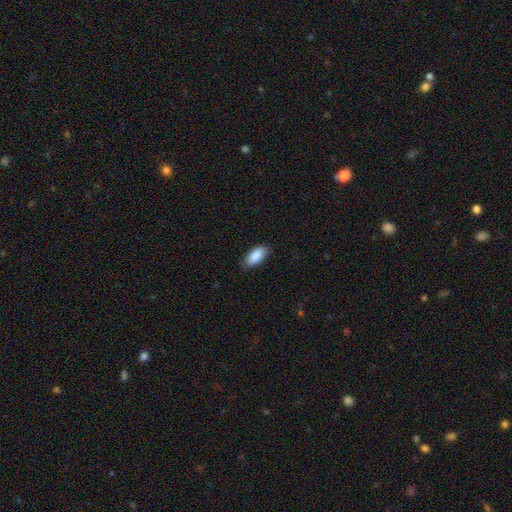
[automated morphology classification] smooth-or-featured: smooth: 89% | star or artifact: 6% | featured or disk: 5%
  how-rounded: in between: 89% | cigar-shaped: 9% | round: 2%
  merging: none: 85% | minor disturbance: 12% | major disturbance: 2% | merger: 1%